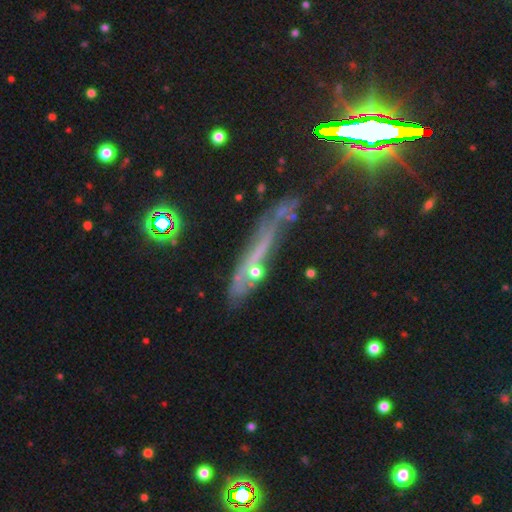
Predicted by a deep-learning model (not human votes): Morphology: type=featured or disk (55%); edge-on=yes (64%); merging=none (49%).